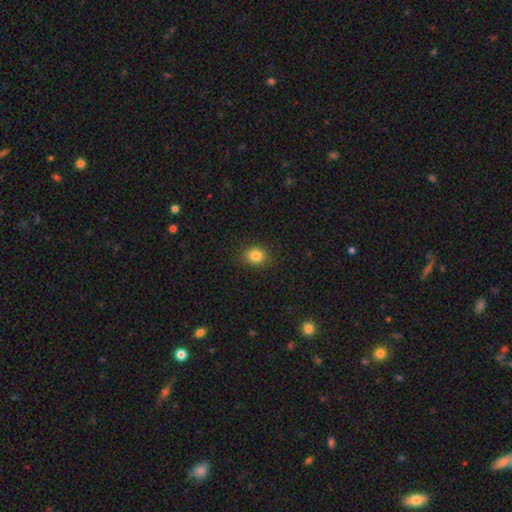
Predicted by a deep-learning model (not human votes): A smooth galaxy with no disk features (83%) that is round (66%). Merging: none (89%).